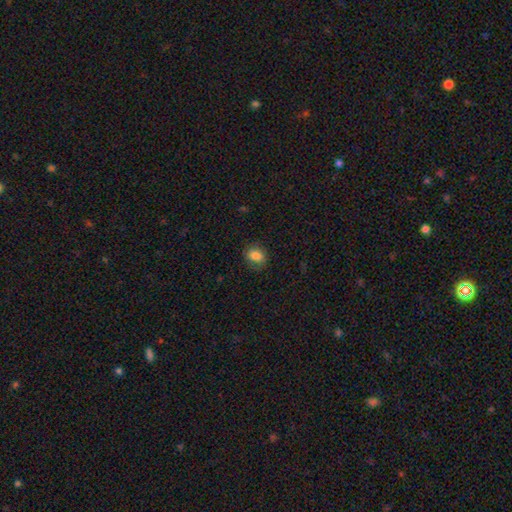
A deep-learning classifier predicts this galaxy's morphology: smooth_or_featured: smooth (p=0.82) [alt: star or artifact p=0.10]
how_rounded: in between (p=0.51) [alt: round p=0.48]
merging: none (p=0.79) [alt: minor disturbance p=0.16]